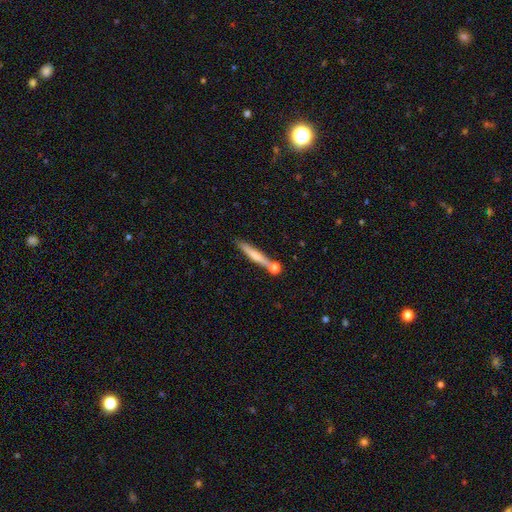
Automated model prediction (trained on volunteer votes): A smooth galaxy with no disk features (56%) that is cigar-shaped (93%).

Vote fractions:
- Smooth or featured? smooth: 56% / featured or disk: 37% / star or artifact: 6%
- How rounded? cigar-shaped: 93% / in between: 5% / round: 2%
- Merging? none: 68% / merger: 17% / minor disturbance: 12% / major disturbance: 3%